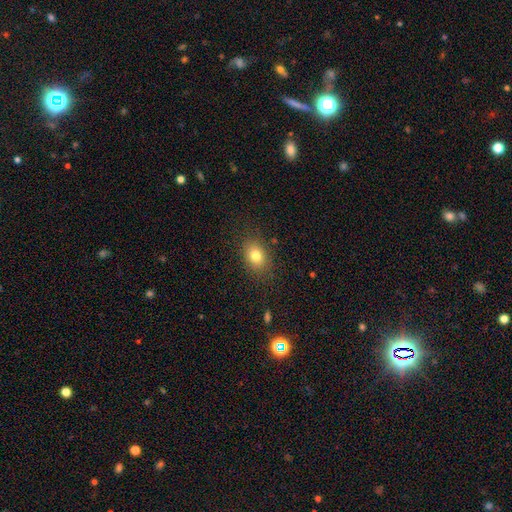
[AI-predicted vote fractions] smooth_or_featured: smooth (p=0.79) [alt: star or artifact p=0.11]
how_rounded: in between (p=0.67) [alt: round p=0.31]
merging: none (p=0.84) [alt: minor disturbance p=0.11]